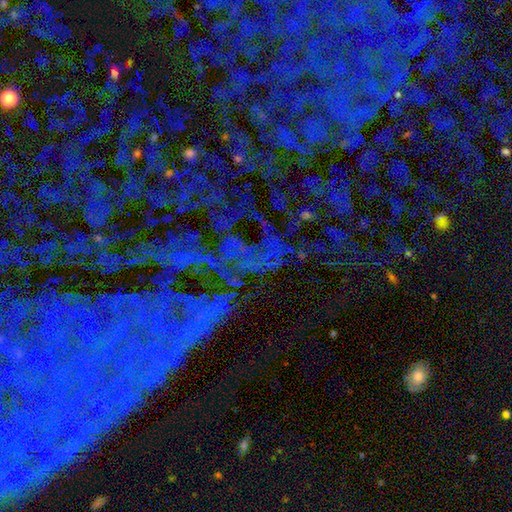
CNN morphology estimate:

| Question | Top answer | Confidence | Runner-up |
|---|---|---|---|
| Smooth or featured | star or artifact | 79% | featured or disk (11%) |